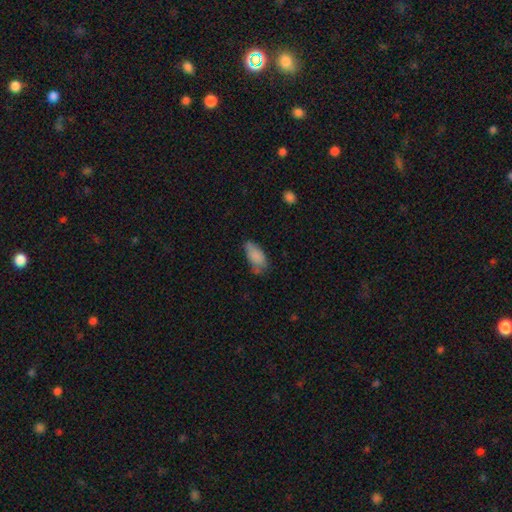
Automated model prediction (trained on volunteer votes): Smooth or featured: smooth — 82% (featured or disk — 9%)
How rounded: in between — 89% (cigar-shaped — 8%)
Merging: none — 51% (minor disturbance — 35%)